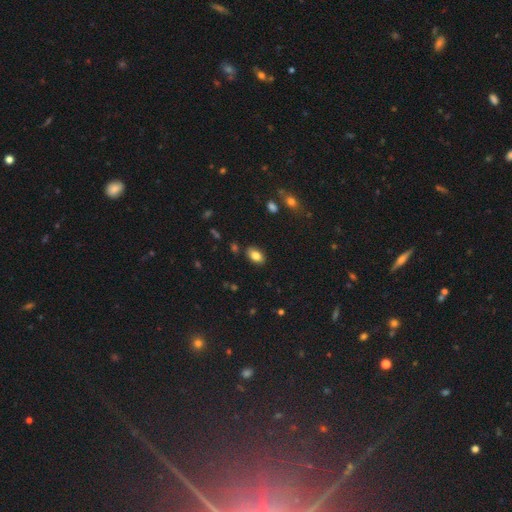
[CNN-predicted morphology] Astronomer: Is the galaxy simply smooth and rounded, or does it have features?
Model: smooth — 83%.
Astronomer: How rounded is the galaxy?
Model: in between — 90%.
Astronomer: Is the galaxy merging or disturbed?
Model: none — 85%.